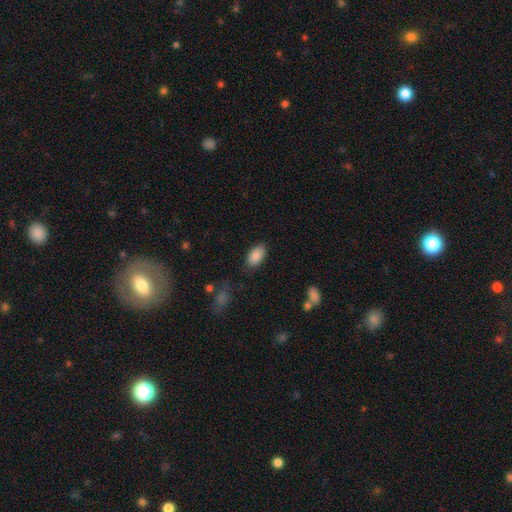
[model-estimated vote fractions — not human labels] Overall: smooth (88%). How rounded: in between (94%). Merging: none (82%).